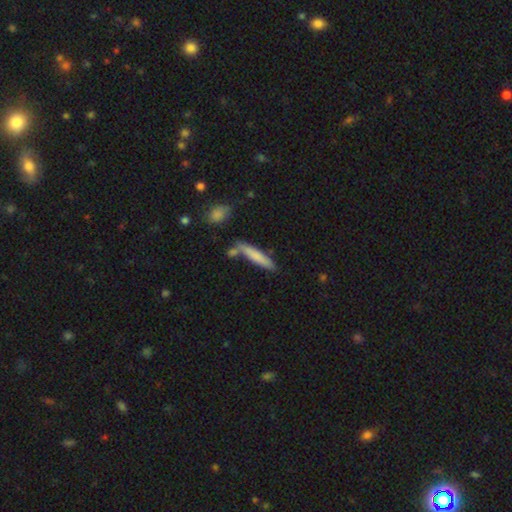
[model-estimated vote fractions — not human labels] Smooth or featured? smooth (72%)
How rounded? cigar-shaped (88%)
Merging? none (70%)